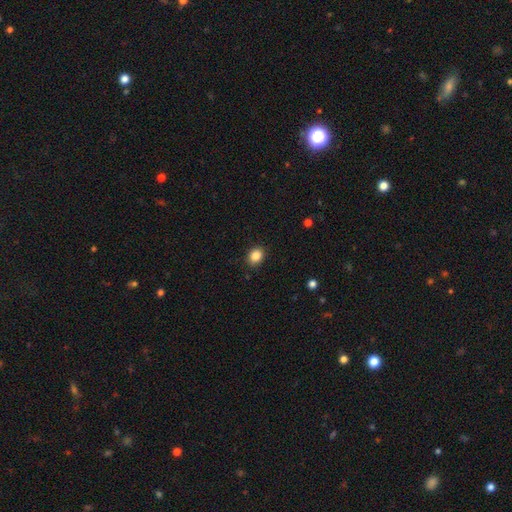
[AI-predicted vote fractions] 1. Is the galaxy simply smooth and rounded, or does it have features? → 86% smooth, 10% star or artifact, 4% featured or disk.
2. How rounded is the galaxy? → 53% round, 46% in between, 1% cigar-shaped.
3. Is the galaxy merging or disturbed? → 89% none, 8% minor disturbance, 2% major disturbance, 1% merger.